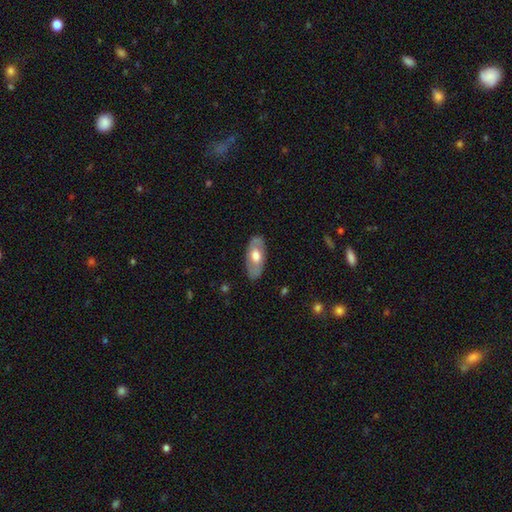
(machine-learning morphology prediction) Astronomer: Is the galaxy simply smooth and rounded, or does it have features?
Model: smooth — 51% (runner-up: featured or disk, 44%).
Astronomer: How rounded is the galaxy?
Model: in between — 90%.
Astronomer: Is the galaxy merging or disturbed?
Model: none — 82%.